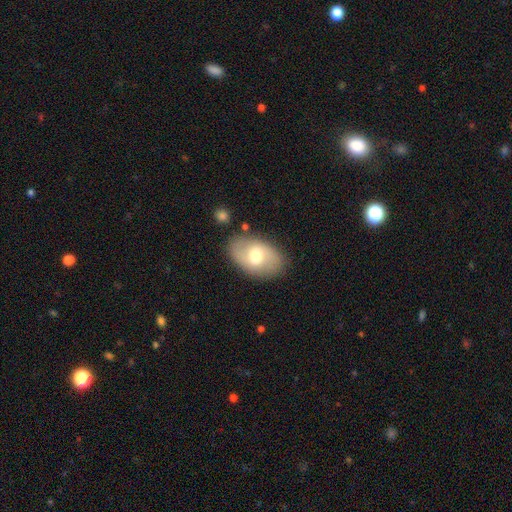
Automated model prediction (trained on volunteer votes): smooth_or_featured: smooth (p=0.57) [alt: featured or disk p=0.37]
how_rounded: in between (p=0.89) [alt: round p=0.09]
merging: none (p=0.81) [alt: minor disturbance p=0.13]